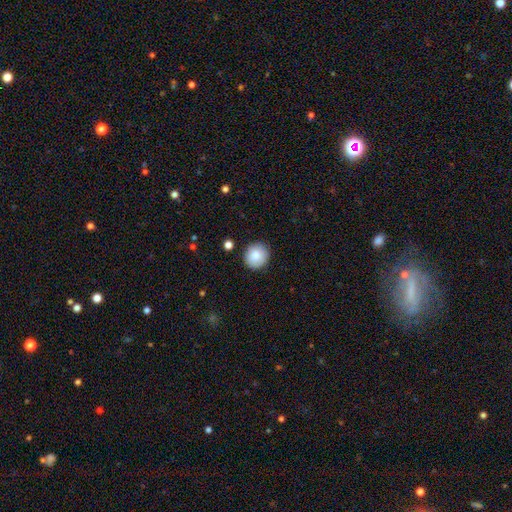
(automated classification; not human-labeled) Overall: smooth (86%). How rounded: round (91%). Merging: none (90%).